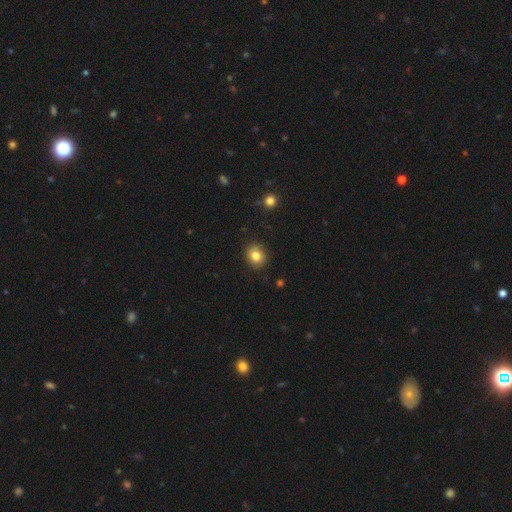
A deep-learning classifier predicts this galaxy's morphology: Smooth or featured?
  - smooth: 82% *
  - star or artifact: 11%
  - featured or disk: 7%
How rounded?
  - round: 65% *
  - in between: 34%
  - cigar-shaped: 1%
Merging?
  - none: 89% *
  - minor disturbance: 8%
  - major disturbance: 2%
  - merger: 1%